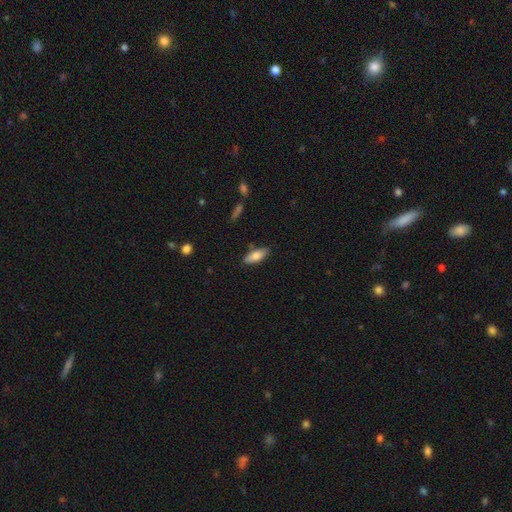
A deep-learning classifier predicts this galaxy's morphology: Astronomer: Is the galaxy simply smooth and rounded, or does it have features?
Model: smooth — 77%.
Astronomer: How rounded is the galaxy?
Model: in between — 72%.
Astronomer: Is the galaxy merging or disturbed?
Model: none — 81%.